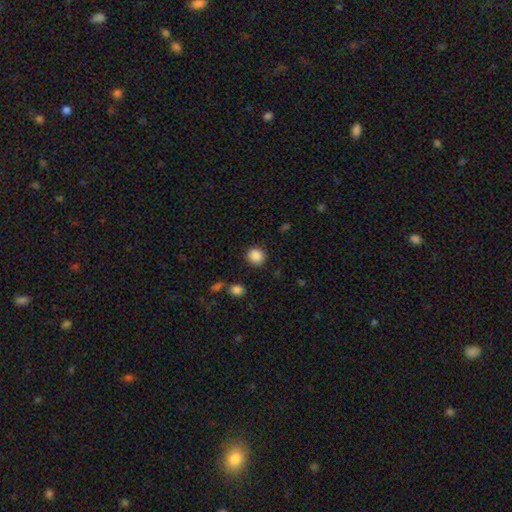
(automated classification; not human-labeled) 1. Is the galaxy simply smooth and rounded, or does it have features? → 88% smooth, 9% star or artifact, 3% featured or disk.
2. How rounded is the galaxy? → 83% round, 16% in between, 1% cigar-shaped.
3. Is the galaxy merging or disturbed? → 88% none, 8% minor disturbance, 3% major disturbance, 2% merger.